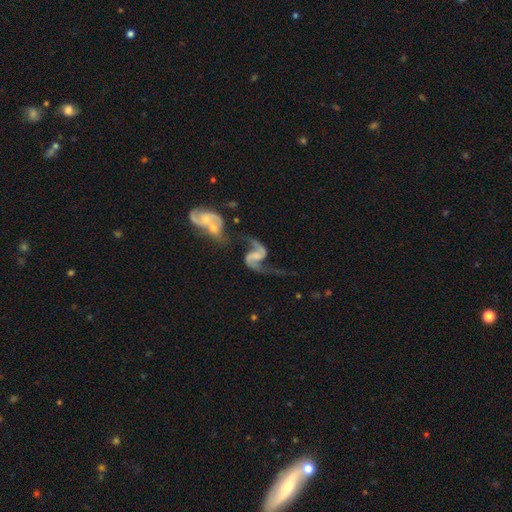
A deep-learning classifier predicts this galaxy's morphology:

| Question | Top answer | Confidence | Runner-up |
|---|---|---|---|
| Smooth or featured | featured or disk | 90% | smooth (5%) |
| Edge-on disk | no | 98% | yes (2%) |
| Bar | weak | 49% | no (30%) |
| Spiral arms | yes | 97% | no (3%) |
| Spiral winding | loose | 65% | medium (30%) |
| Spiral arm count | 2 | 93% | 1 (3%) |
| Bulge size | none | 43% | small (28%) |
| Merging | none | 44% | merger (27%) |